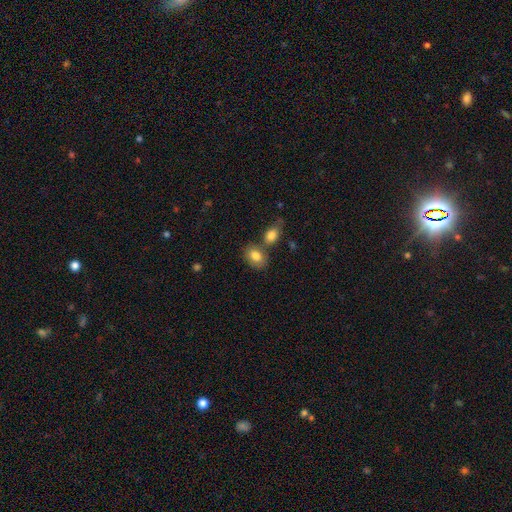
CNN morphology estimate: This appears to be a smooth galaxy with no disk features (82%) that is in between round and cigar-shaped (75%). Merging: none (56%).